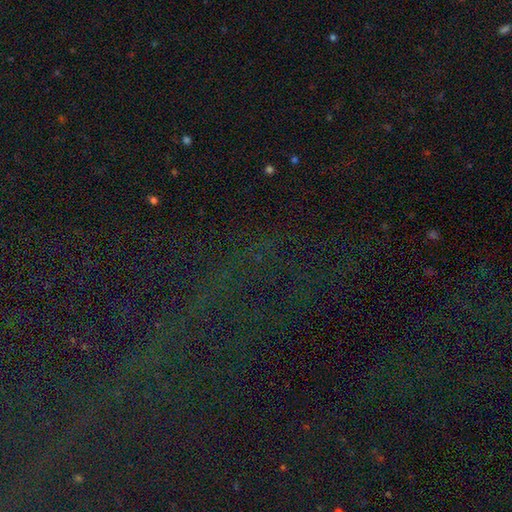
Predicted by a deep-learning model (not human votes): smooth-or-featured: star or artifact: 82% | smooth: 9% | featured or disk: 9%